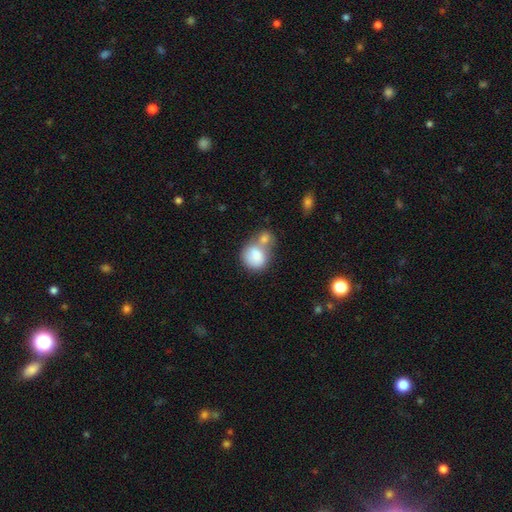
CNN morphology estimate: Q: Smooth or featured?
A: smooth (79%); runner-up: featured or disk (13%)
Q: How rounded?
A: round (61%); runner-up: in between (37%)
Q: Merging?
A: merger (59%); runner-up: none (23%)